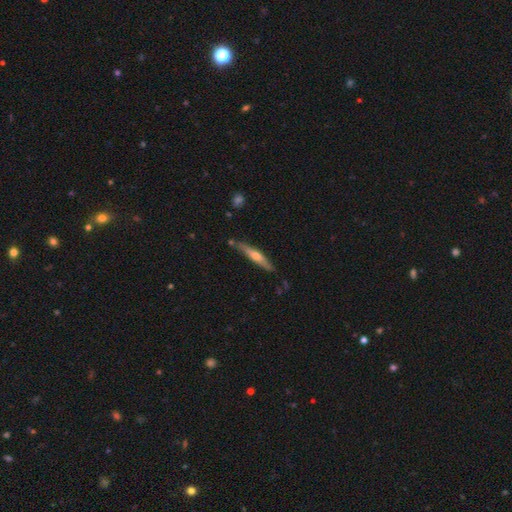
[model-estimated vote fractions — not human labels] A featured or disk galaxy (58%) viewed edge-on (94%) with a rounded central bulge (84%). Merging: none (80%).